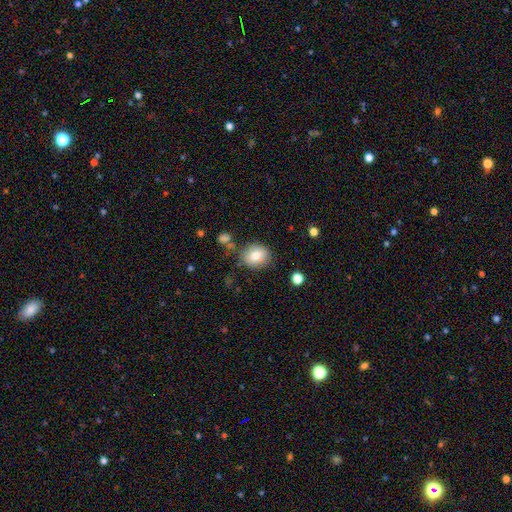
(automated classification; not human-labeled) Smooth or featured?
  - smooth: 80% *
  - featured or disk: 11%
  - star or artifact: 9%
How rounded?
  - round: 61% *
  - in between: 38%
  - cigar-shaped: 1%
Merging?
  - none: 77% *
  - minor disturbance: 14%
  - merger: 5%
  - major disturbance: 4%